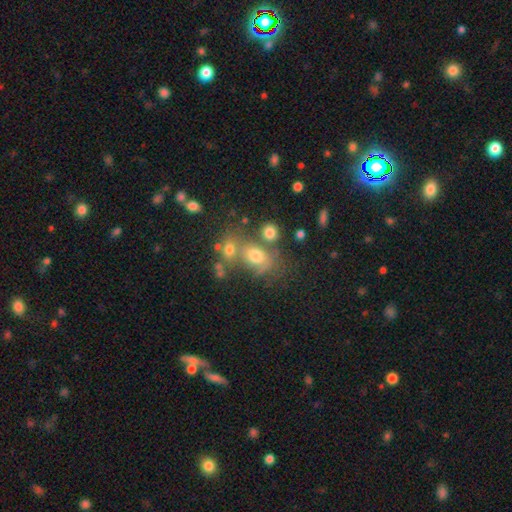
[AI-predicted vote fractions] Smooth or featured? Predicted: smooth (p=0.64). How rounded? Predicted: in between (p=0.60). Merging? Predicted: none (p=0.40).